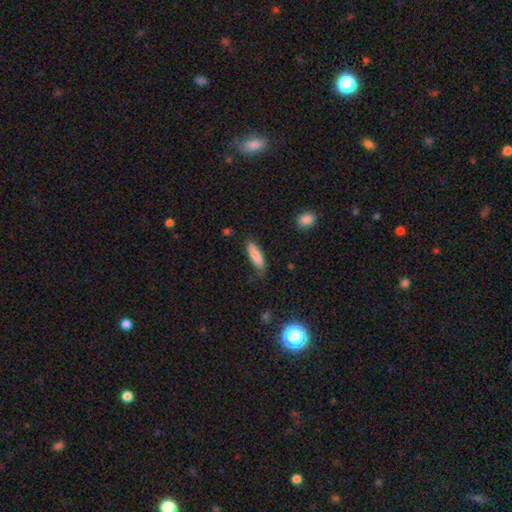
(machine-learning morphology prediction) Smooth or featured: smooth — 83% (featured or disk — 10%)
How rounded: cigar-shaped — 59% (in between — 39%)
Merging: none — 77% (minor disturbance — 18%)